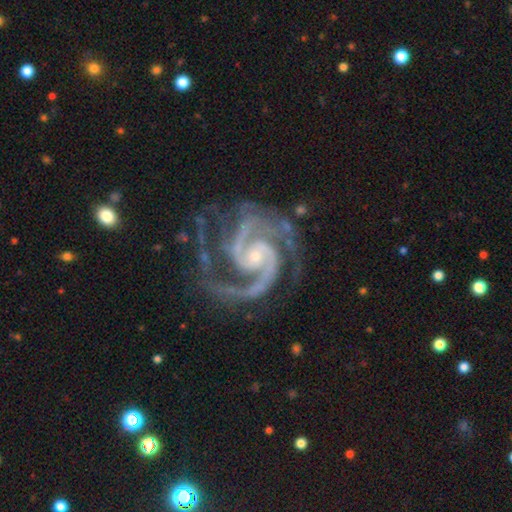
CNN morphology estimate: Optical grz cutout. It shows a featured or disk galaxy (95%) with no bar (58%), 2 (59%) medium (48%) spiral arms (99%) and a small central bulge (69%). Merging: none (69%).